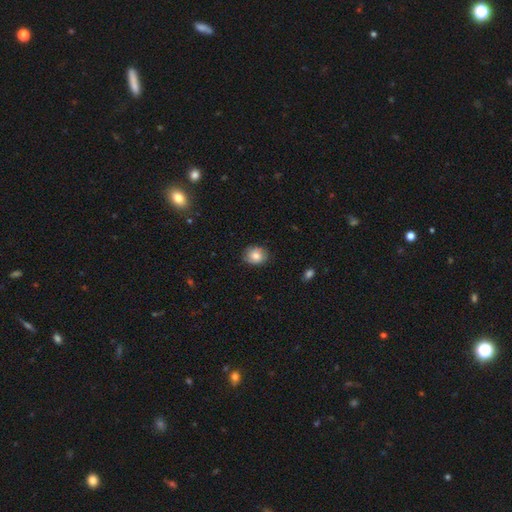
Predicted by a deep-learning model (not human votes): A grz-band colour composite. It shows a smooth galaxy with no disk features (76%) that is round (67%). Merging: none (79%).